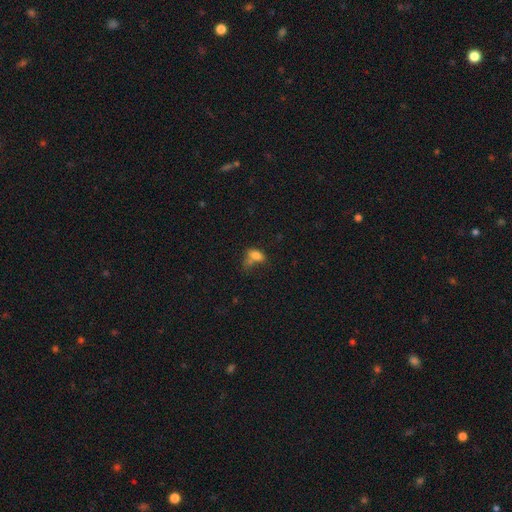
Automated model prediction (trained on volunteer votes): Smooth or featured? Predicted: smooth (p=0.74). How rounded? Predicted: in between (p=0.84). Merging? Predicted: none (p=0.29).